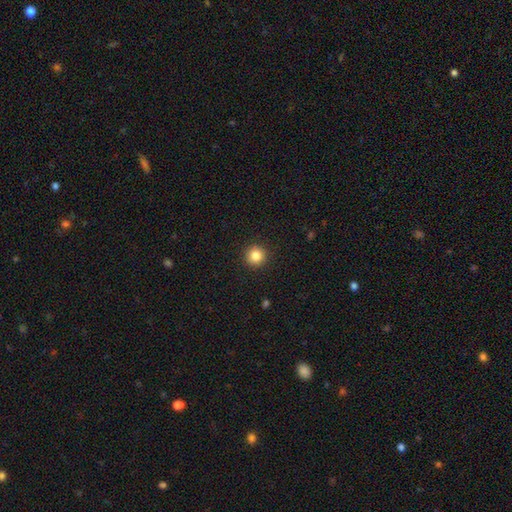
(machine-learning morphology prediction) This appears to be a smooth galaxy with no disk features (85%) that is round (95%). Merging: none (93%).